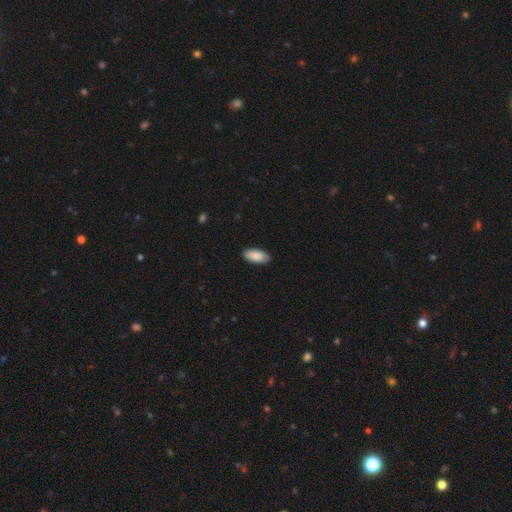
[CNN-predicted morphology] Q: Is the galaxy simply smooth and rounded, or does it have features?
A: smooth — 89%.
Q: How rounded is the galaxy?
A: in between — 92%.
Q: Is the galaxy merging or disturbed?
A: none — 87%.